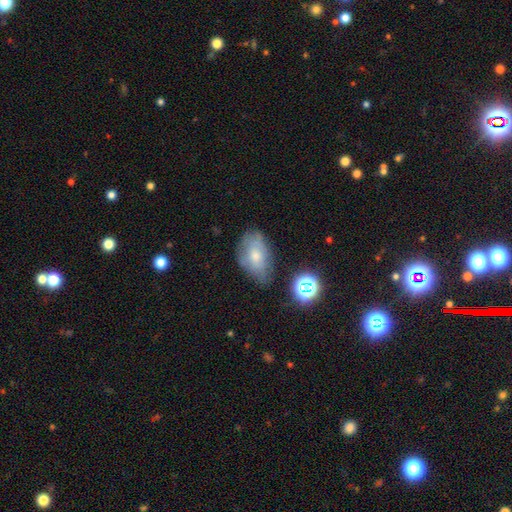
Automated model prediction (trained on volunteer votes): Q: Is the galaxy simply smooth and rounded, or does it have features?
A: smooth — 59%.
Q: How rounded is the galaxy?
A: in between — 87%.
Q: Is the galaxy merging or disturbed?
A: none — 58%.